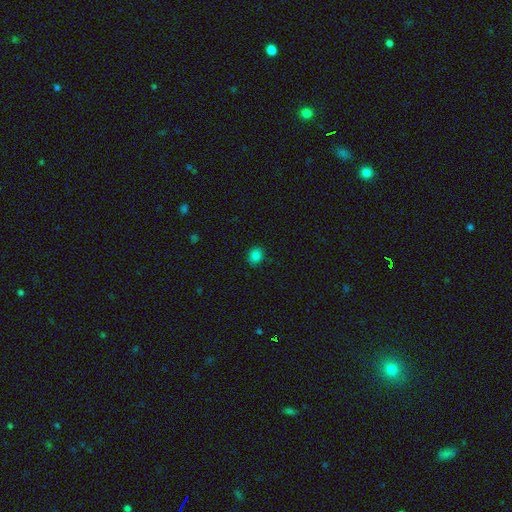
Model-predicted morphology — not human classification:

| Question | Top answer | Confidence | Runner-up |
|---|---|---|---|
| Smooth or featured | smooth | 83% | star or artifact (13%) |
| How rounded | round | 68% | in between (31%) |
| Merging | none | 89% | minor disturbance (8%) |